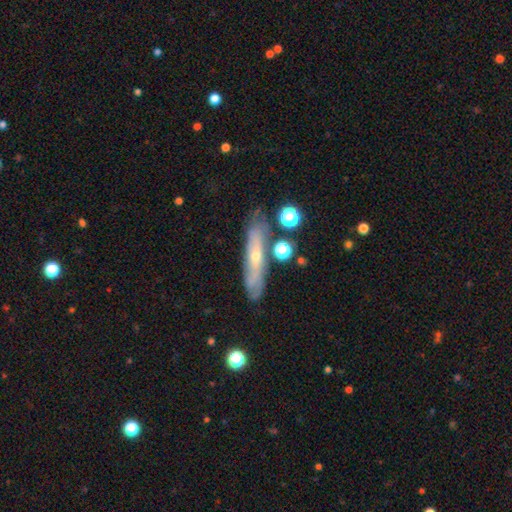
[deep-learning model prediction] Overall: featured or disk (55%; smooth 37%). Edge-on disk: yes (54%; no 46%). Merging: none (69%).